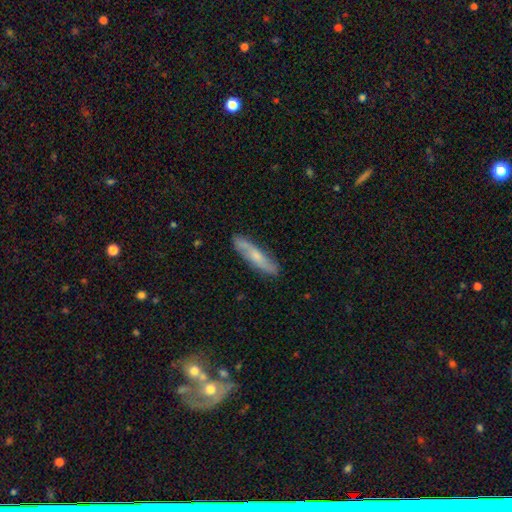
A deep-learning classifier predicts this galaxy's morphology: A featured or disk galaxy (48%).

Vote fractions:
- Smooth or featured? featured or disk: 48% / smooth: 46% / star or artifact: 6%
- Merging? none: 84% / minor disturbance: 13% / major disturbance: 2% / merger: 1%